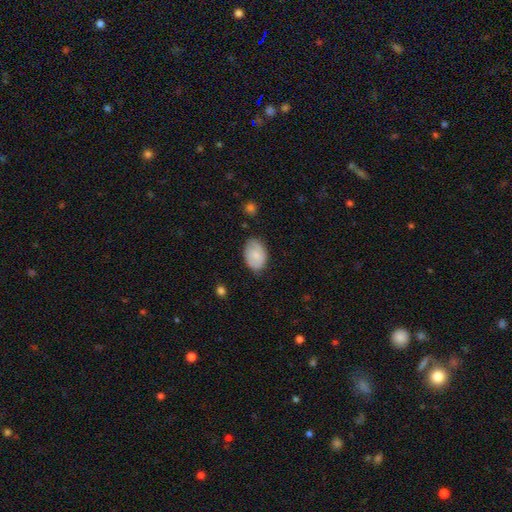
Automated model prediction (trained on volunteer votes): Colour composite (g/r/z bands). It shows a smooth galaxy with no disk features (65%) that is in between round and cigar-shaped (87%). Merging: none (69%).